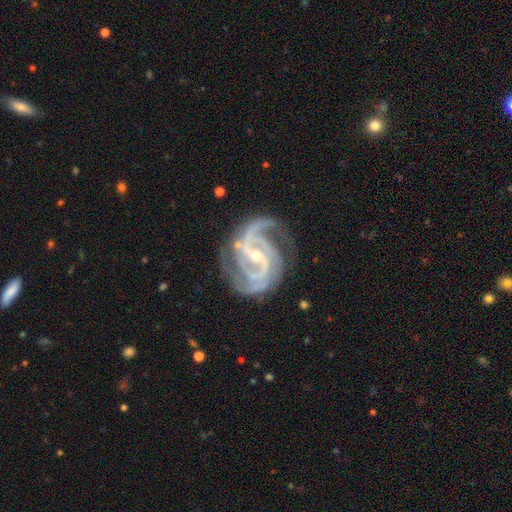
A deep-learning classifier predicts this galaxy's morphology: This is clearly a featured or disk galaxy (93%). It is clearly not viewed edge-on (98%). Bar: marginally weak (43%). Spiral arm pattern: clearly yes (99%). Spiral arm count: possibly 2 (48%). Spiral winding: possibly medium (53%). Central bulge: likely small (61%). Merging: likely none (72%).